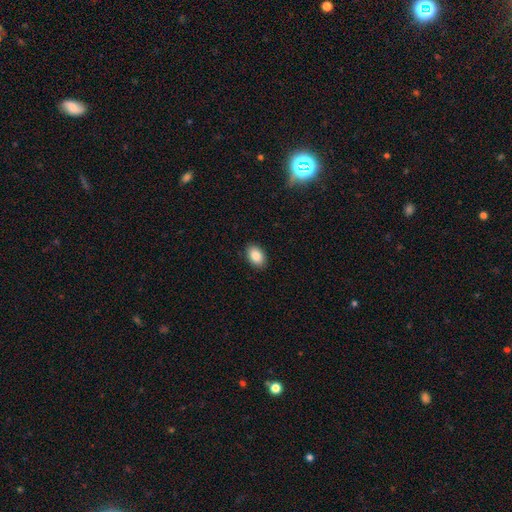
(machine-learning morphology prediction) smooth 87%, star or artifact 7%, featured or disk 6%. Down the decision tree: how rounded — in between (88%); merging — none (90%).